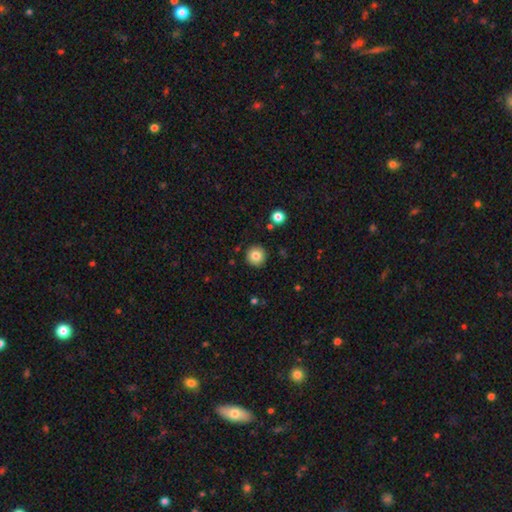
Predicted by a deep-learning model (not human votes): Morphology: type=smooth (81%); roundness=round (95%); merging=none (91%).